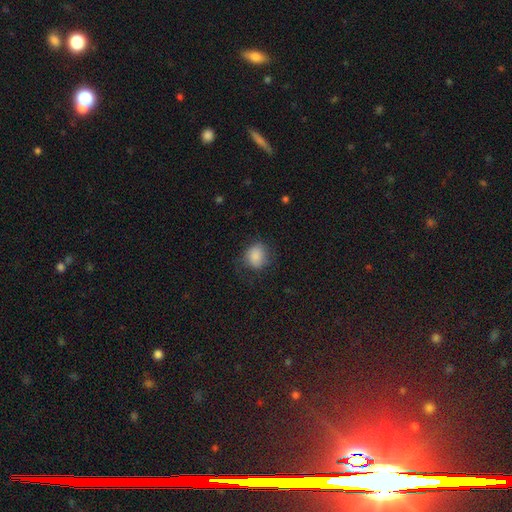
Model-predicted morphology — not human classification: Smooth or featured: smooth — 84% (star or artifact — 8%)
How rounded: round — 63% (in between — 36%)
Merging: none — 66% (minor disturbance — 22%)